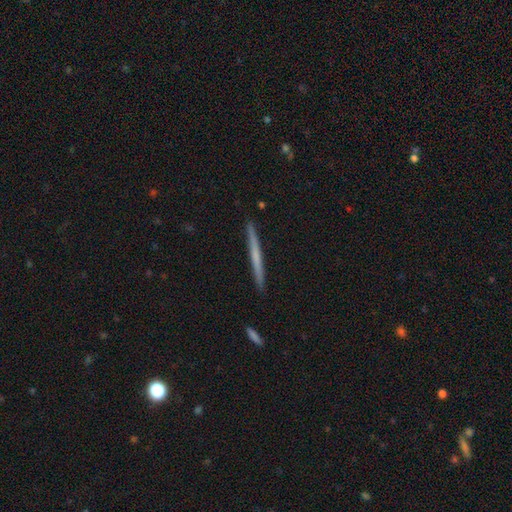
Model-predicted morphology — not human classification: Smooth or featured: featured or disk — 48% (smooth — 47%)
Merging: none — 92% (minor disturbance — 6%)